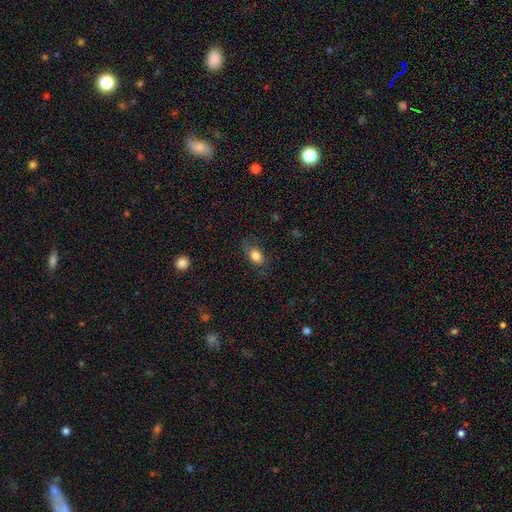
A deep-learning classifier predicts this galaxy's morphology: Smooth or featured: smooth — 83% (star or artifact — 9%)
How rounded: in between — 80% (round — 17%)
Merging: none — 73% (minor disturbance — 19%)